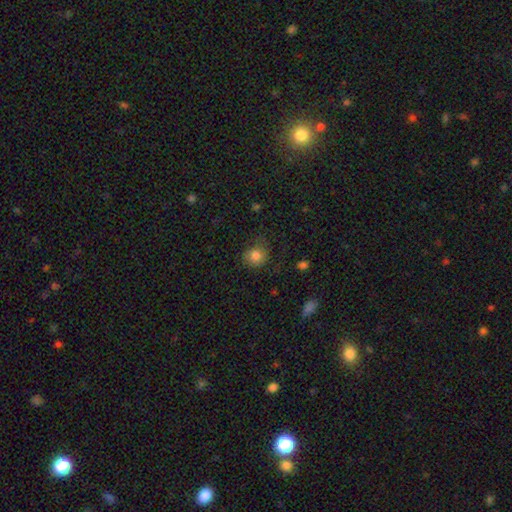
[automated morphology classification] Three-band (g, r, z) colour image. It shows a smooth galaxy with no disk features (80%) that is round (79%). Merging: none (60%).